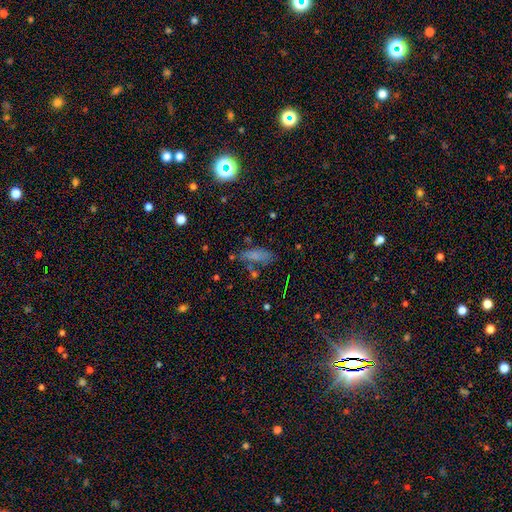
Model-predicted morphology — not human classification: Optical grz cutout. It shows a smooth galaxy with no disk features (63%) that is in between round and cigar-shaped (65%). Merging: none (59%).